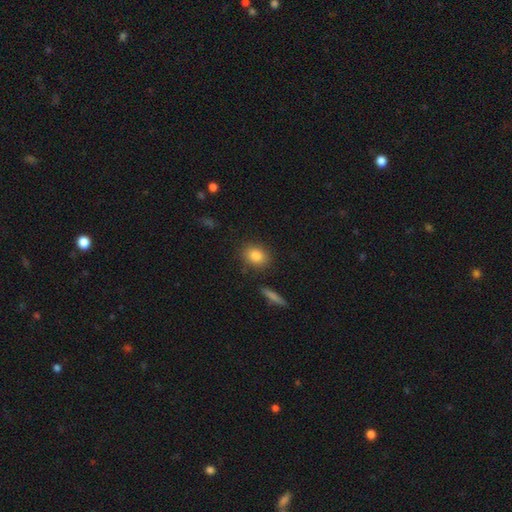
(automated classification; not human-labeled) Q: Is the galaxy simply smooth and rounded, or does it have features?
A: smooth — 86%.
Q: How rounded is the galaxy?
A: in between — 49%, tied with round.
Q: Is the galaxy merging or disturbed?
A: none — 85%.